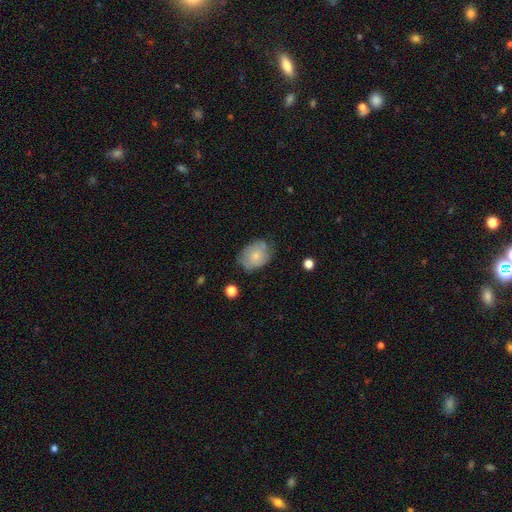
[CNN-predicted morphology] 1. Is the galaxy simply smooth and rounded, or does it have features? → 69% smooth, 23% featured or disk, 7% star or artifact.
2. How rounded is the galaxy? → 70% in between, 29% round, 1% cigar-shaped.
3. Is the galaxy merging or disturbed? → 61% none, 29% minor disturbance, 8% major disturbance, 2% merger.